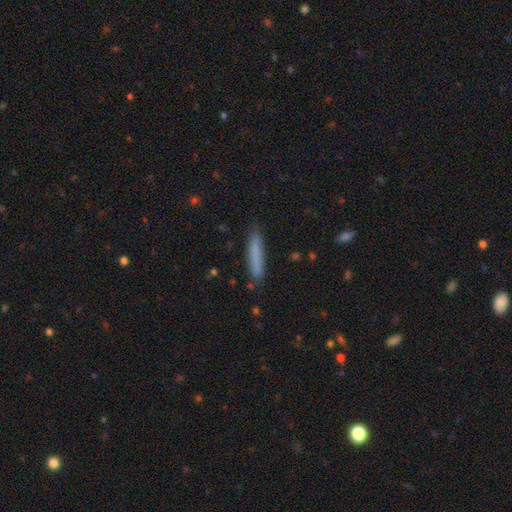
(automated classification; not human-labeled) The model was most divided on "smooth or featured": smooth: 79%, featured or disk: 13%, star or artifact: 7%. More confident: how rounded — cigar-shaped (92%); merging — none (85%).